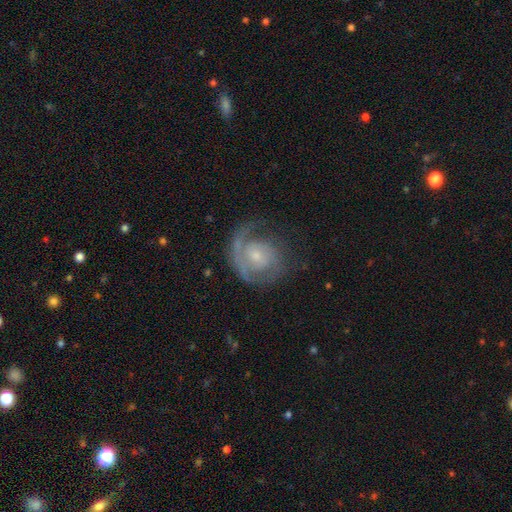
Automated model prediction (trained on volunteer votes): This appears to be a featured or disk galaxy (80%) with no bar (69%), 1 (52%) tight (52%) spiral arms (91%) and a small central bulge (62%). Merging: none (60%).